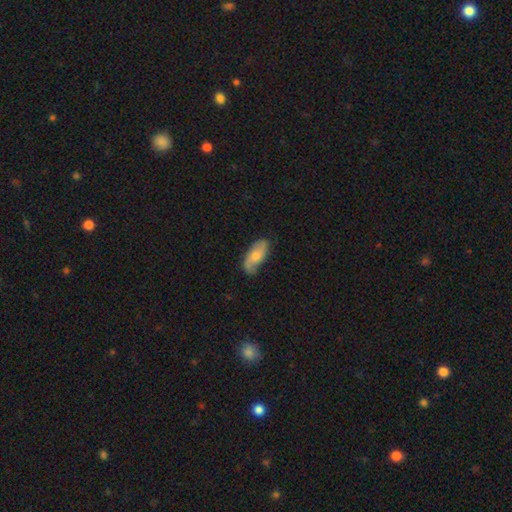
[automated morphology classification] Overall: smooth (53%; featured or disk 41%). How rounded: in between (87%). Merging: none (62%; minor disturbance 27%).